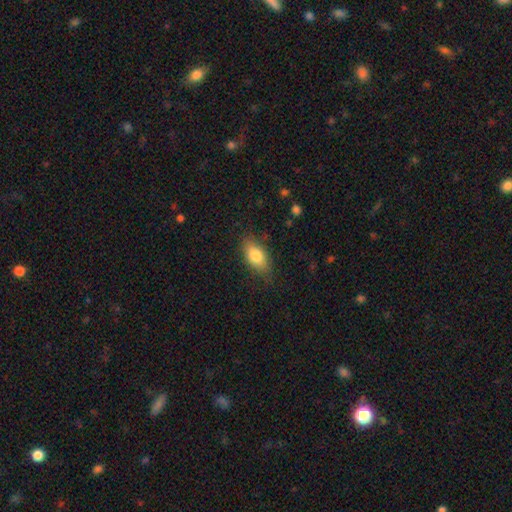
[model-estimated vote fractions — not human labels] Overall: smooth (80%). How rounded: in between (87%). Merging: none (77%).